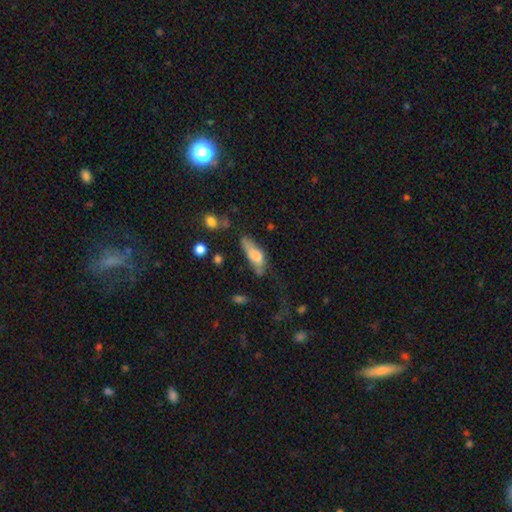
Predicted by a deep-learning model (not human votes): A smooth galaxy with no disk features (65%) that is in between round and cigar-shaped (65%).

Vote fractions:
- Smooth or featured? smooth: 65% / featured or disk: 26% / star or artifact: 8%
- How rounded? in between: 65% / cigar-shaped: 32% / round: 3%
- Merging? none: 32% / minor disturbance: 31% / major disturbance: 26% / merger: 11%